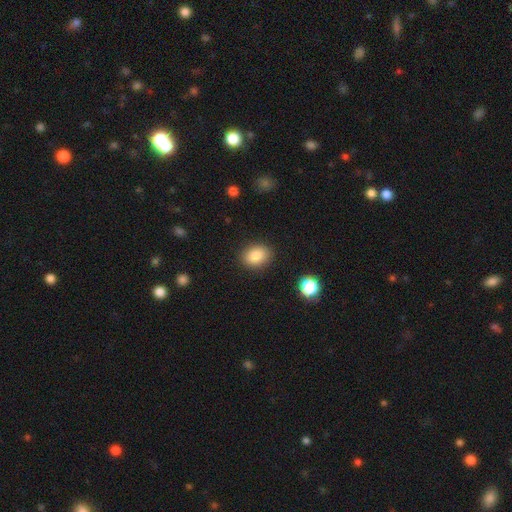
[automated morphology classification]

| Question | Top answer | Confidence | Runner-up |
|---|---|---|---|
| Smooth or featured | smooth | 87% | star or artifact (9%) |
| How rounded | in between | 63% | round (36%) |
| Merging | none | 87% | minor disturbance (9%) |